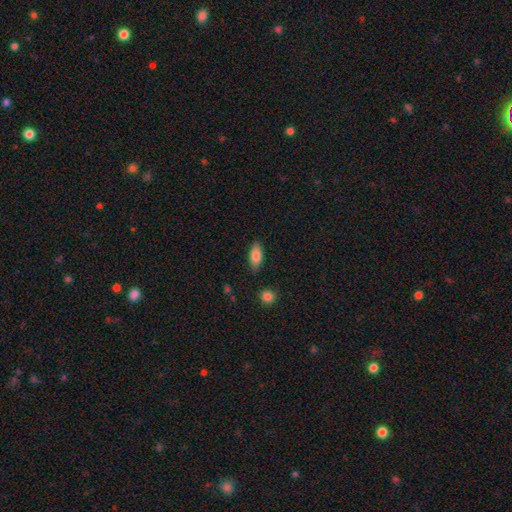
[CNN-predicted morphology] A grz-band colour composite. It shows a smooth galaxy with no disk features (82%) that is in between round and cigar-shaped (81%). Merging: none (85%).